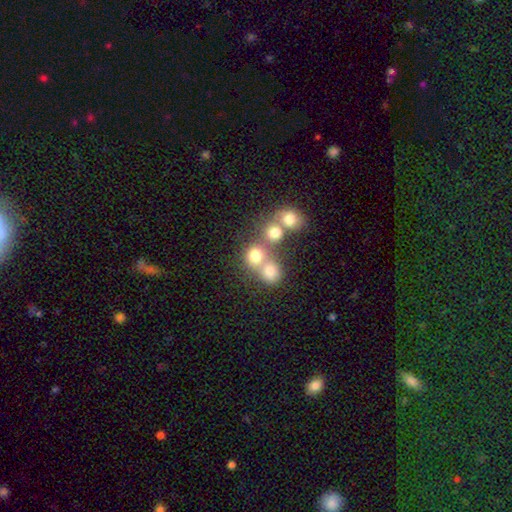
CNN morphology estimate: The model was most divided on "merging": none: 46%, merger: 43%, minor disturbance: 7%, major disturbance: 4%. More confident: how rounded — round (83%); smooth or featured — smooth (75%).